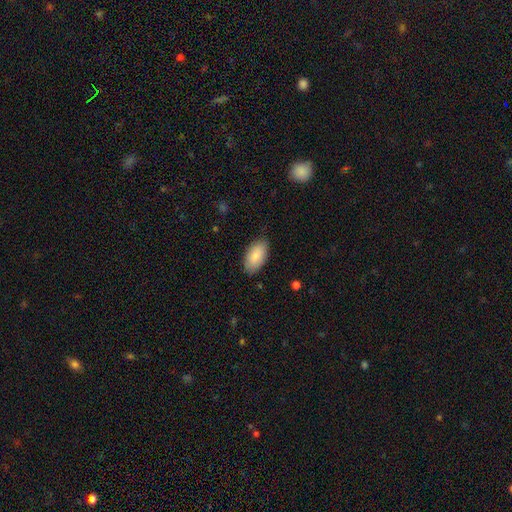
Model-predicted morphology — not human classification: Q: Smooth or featured?
A: smooth (83%); runner-up: featured or disk (11%)
Q: How rounded?
A: in between (95%); runner-up: round (3%)
Q: Merging?
A: none (81%); runner-up: minor disturbance (15%)